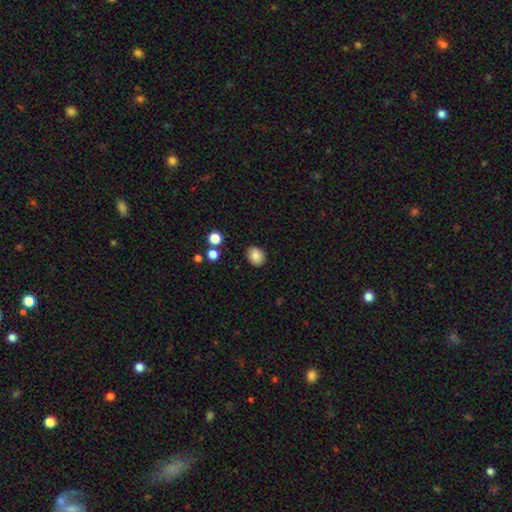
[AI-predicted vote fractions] Smooth or featured?
  - smooth: 84% *
  - star or artifact: 9%
  - featured or disk: 6%
How rounded?
  - round: 51% *
  - in between: 48%
  - cigar-shaped: 1%
Merging?
  - none: 86% *
  - minor disturbance: 10%
  - major disturbance: 2%
  - merger: 2%